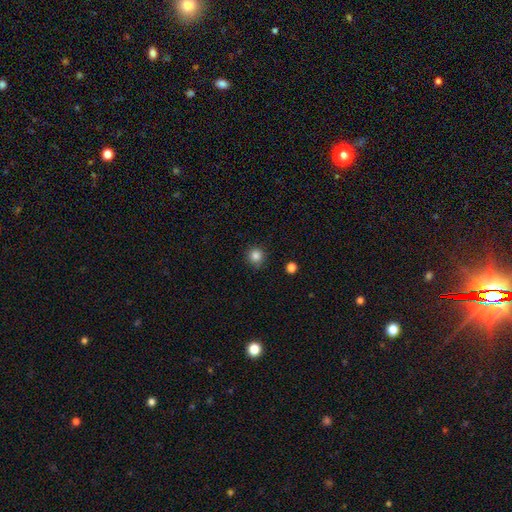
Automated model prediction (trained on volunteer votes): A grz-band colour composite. It shows a smooth galaxy with no disk features (84%) that is round (95%). Merging: none (89%).